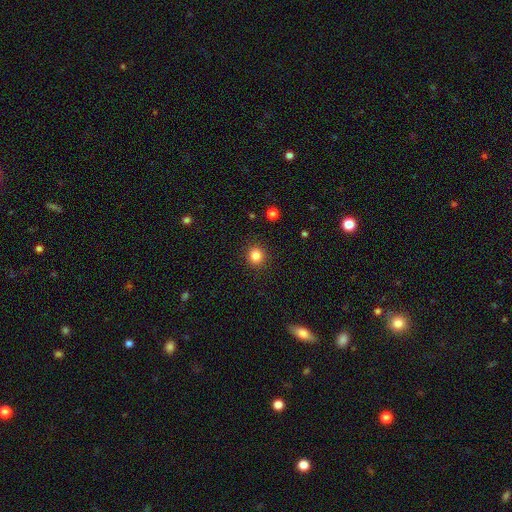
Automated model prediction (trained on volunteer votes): Q: Smooth or featured?
A: smooth (84%); runner-up: star or artifact (12%)
Q: How rounded?
A: round (89%); runner-up: in between (10%)
Q: Merging?
A: none (91%); runner-up: minor disturbance (6%)